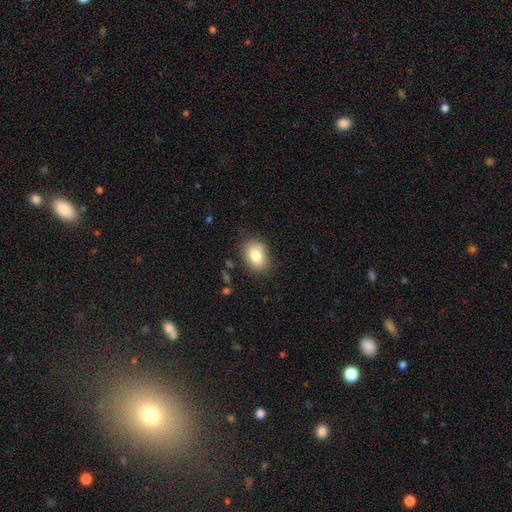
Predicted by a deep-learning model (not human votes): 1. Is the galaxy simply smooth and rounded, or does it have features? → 81% smooth, 10% featured or disk, 9% star or artifact.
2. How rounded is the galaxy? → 73% in between, 26% round, 1% cigar-shaped.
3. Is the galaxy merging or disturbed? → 77% none, 17% minor disturbance, 4% major disturbance, 3% merger.